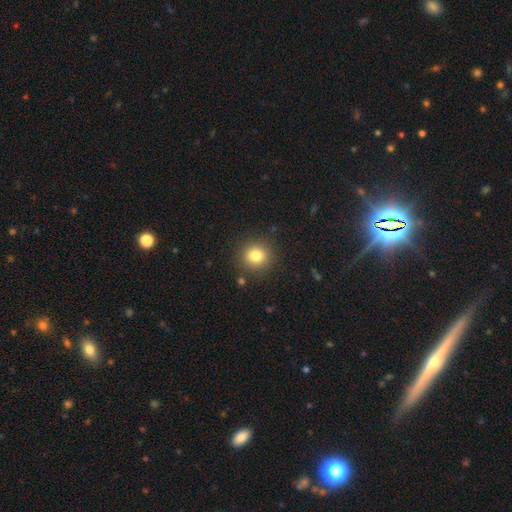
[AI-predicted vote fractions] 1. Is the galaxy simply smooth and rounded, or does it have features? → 80% smooth, 12% star or artifact, 7% featured or disk.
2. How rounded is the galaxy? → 90% round, 9% in between, 1% cigar-shaped.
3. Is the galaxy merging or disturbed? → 88% none, 7% minor disturbance, 3% major disturbance, 2% merger.